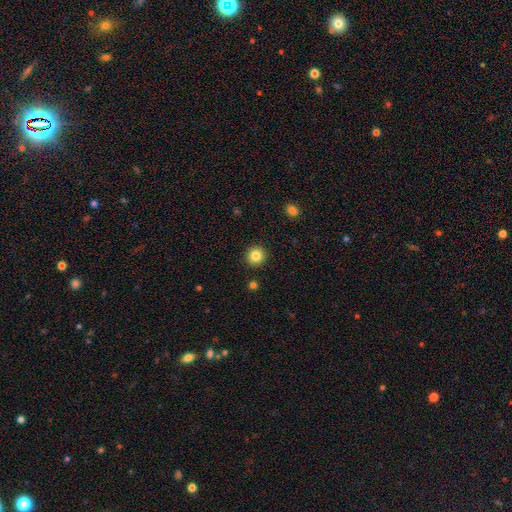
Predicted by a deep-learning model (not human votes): smooth-or-featured: smooth: 83% | star or artifact: 11% | featured or disk: 6%
  how-rounded: round: 94% | in between: 5% | cigar-shaped: 1%
  merging: none: 92% | minor disturbance: 5% | major disturbance: 2% | merger: 1%